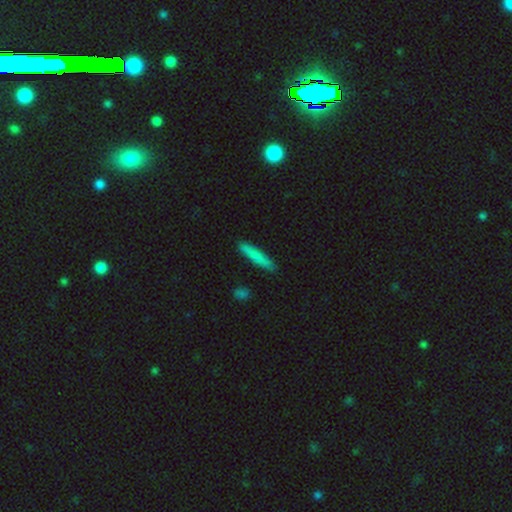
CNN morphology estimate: Smooth or featured? Predicted: smooth (p=0.78). How rounded? Predicted: cigar-shaped (p=0.91). Merging? Predicted: none (p=0.88).